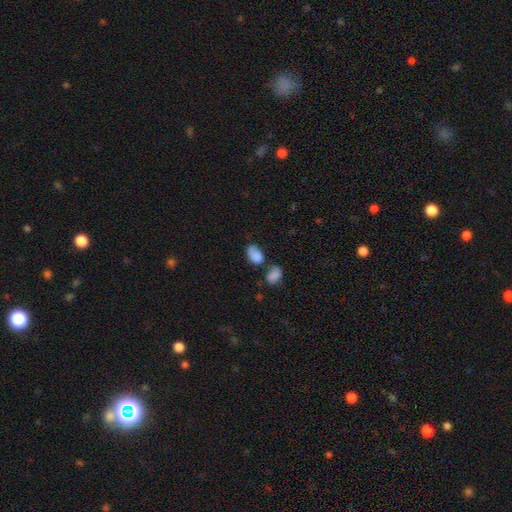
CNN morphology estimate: Smooth or featured? smooth (84%)
How rounded? in between (91%)
Merging? none (46%)